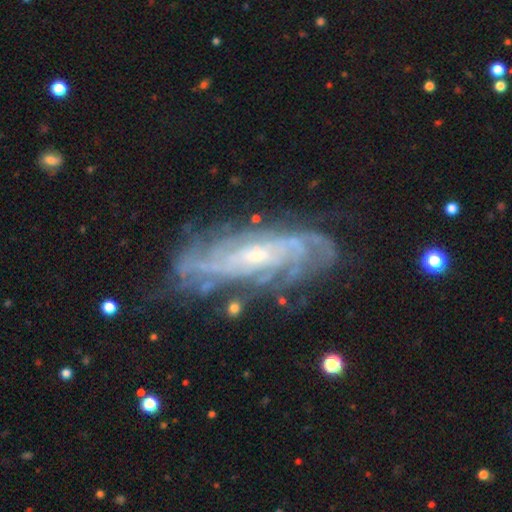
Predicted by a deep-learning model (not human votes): smooth-or-featured: featured or disk: 88% | smooth: 6% | star or artifact: 6%
  disk-edge-on: no: 88% | yes: 12%
    bar: no: 56% | weak: 32% | strong: 12%
    has-spiral-arms: yes: 97% | no: 3%
      spiral-winding: tight: 69% | medium: 26% | loose: 6%
      spiral-arm-count: can't tell: 34% | 4: 17% | 3: 16% | 2: 16% | more than 4: 12% | 1: 6%
    bulge-size: small: 64% | moderate: 30% | none: 3% | large: 2% | dominant: 1%
  merging: none: 77% | minor disturbance: 16% | major disturbance: 6% | merger: 2%